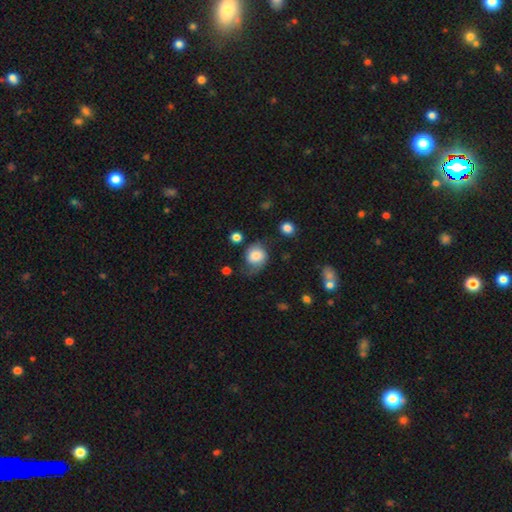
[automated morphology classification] smooth_or_featured: smooth (p=0.68) [alt: featured or disk p=0.23]
how_rounded: round (p=0.67) [alt: in between p=0.32]
merging: none (p=0.45) [alt: minor disturbance p=0.31]